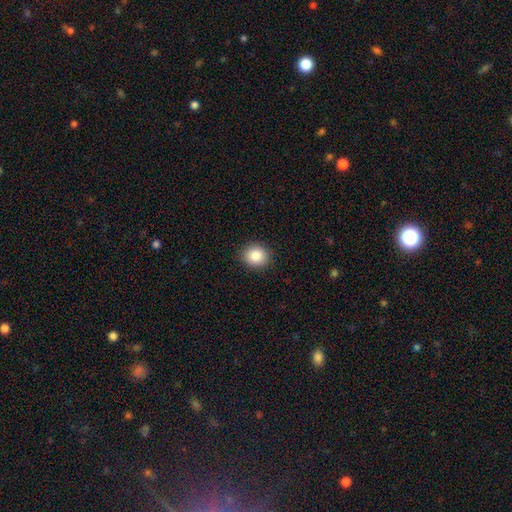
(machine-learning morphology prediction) Q: Smooth or featured?
A: smooth (85%); runner-up: star or artifact (9%)
Q: How rounded?
A: round (79%); runner-up: in between (20%)
Q: Merging?
A: none (91%); runner-up: minor disturbance (6%)